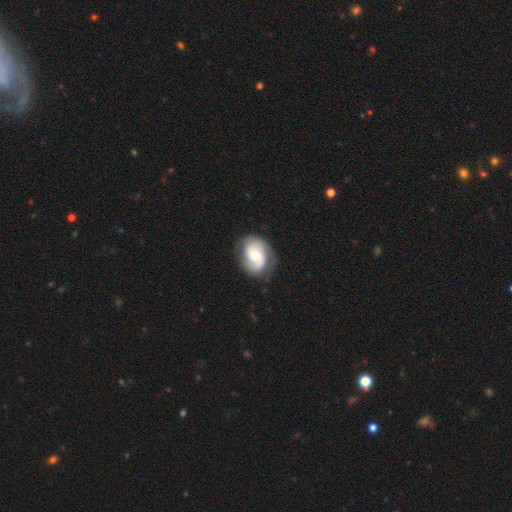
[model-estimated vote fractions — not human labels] The model was most divided on "spiral winding": medium: 45%, loose: 28%, tight: 27%. More confident: edge-on disk — no (97%); spiral arms — yes (92%); spiral arm count — 2 (84%); merging — none (75%); smooth or featured — featured or disk (71%); bulge size — moderate (58%); bar — no (57%).